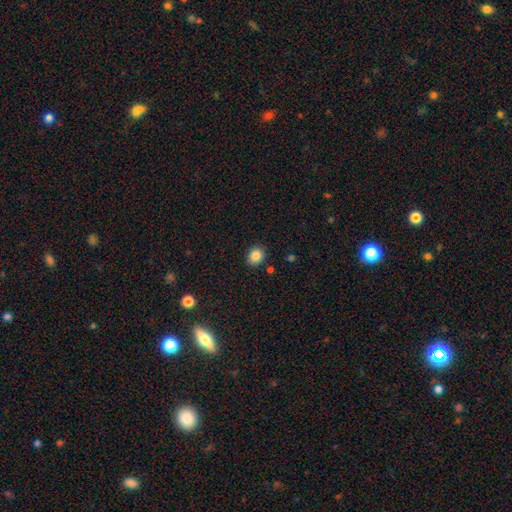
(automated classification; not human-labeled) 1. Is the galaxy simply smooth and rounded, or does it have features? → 85% smooth, 10% star or artifact, 5% featured or disk.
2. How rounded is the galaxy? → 63% round, 37% in between, 1% cigar-shaped.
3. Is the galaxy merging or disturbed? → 85% none, 10% minor disturbance, 2% merger, 2% major disturbance.